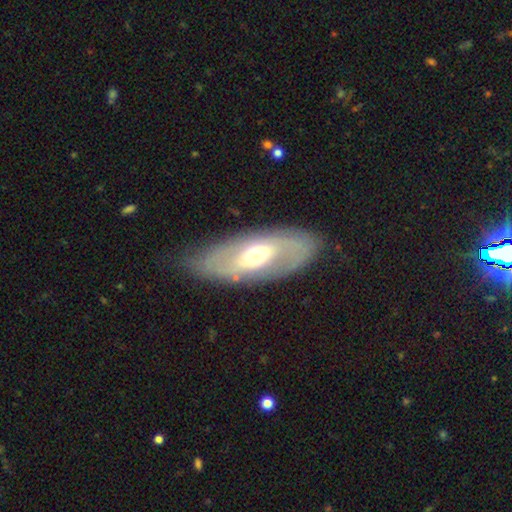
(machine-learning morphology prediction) This is likely a featured or disk galaxy (68%). It is clearly not viewed edge-on (86%). Bar: possibly no (47%). Spiral arm pattern: likely yes (70%). Central bulge: likely moderate (64%). Merging: likely none (76%).